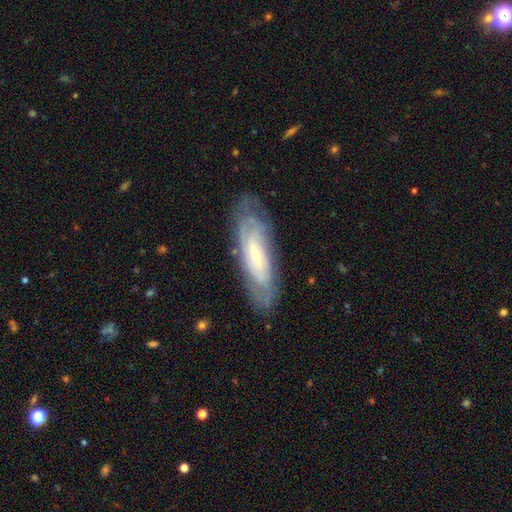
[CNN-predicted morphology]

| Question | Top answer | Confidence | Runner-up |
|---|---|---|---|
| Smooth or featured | featured or disk | 69% | smooth (24%) |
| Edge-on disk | no | 78% | yes (22%) |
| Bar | no | 63% | weak (28%) |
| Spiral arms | yes | 79% | no (21%) |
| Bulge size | small | 68% | moderate (28%) |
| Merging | none | 76% | minor disturbance (17%) |